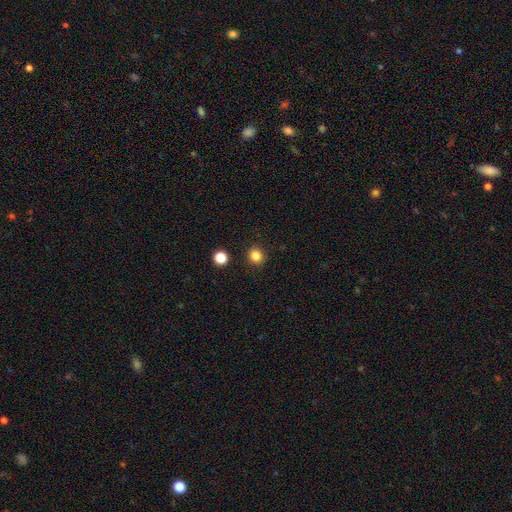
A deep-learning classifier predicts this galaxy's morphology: Q: Smooth or featured?
A: smooth (84%); runner-up: star or artifact (12%)
Q: How rounded?
A: round (90%); runner-up: in between (9%)
Q: Merging?
A: none (91%); runner-up: minor disturbance (6%)